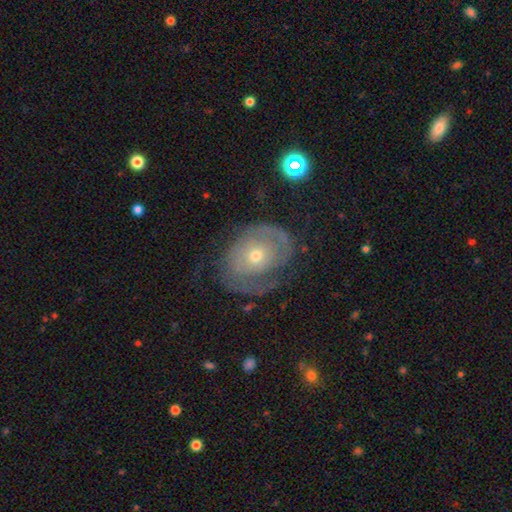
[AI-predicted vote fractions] This appears to be a featured or disk galaxy (73%) with no bar (81%), can't tell (36%, tied with 2) tight (63%) spiral arms (74%) and a small central bulge (51%). Merging: none (63%).